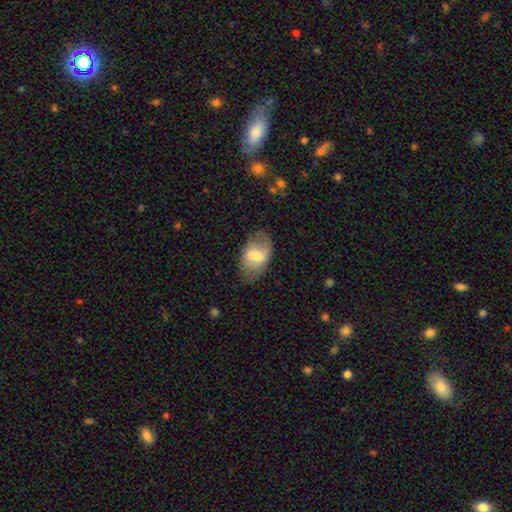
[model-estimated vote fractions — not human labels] The model was most divided on "smooth or featured": smooth: 55%, featured or disk: 38%, star or artifact: 7%. More confident: how rounded — in between (90%); merging — none (68%).